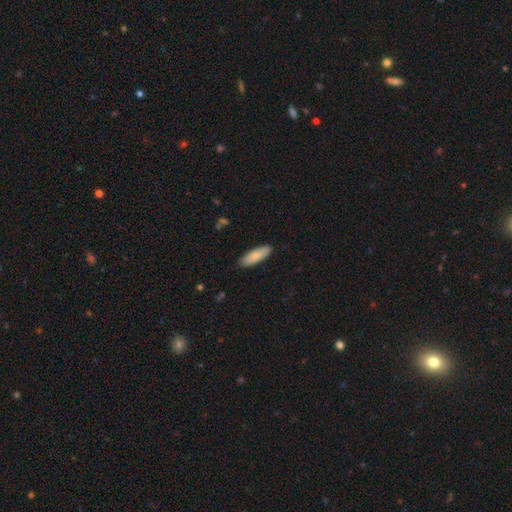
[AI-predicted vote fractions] A smooth galaxy with no disk features (81%) that is in between round and cigar-shaped (55%).

Vote fractions:
- Smooth or featured? smooth: 81% / featured or disk: 13% / star or artifact: 5%
- How rounded? in between: 55% / cigar-shaped: 43% / round: 2%
- Merging? none: 88% / minor disturbance: 10% / major disturbance: 2% / merger: 1%